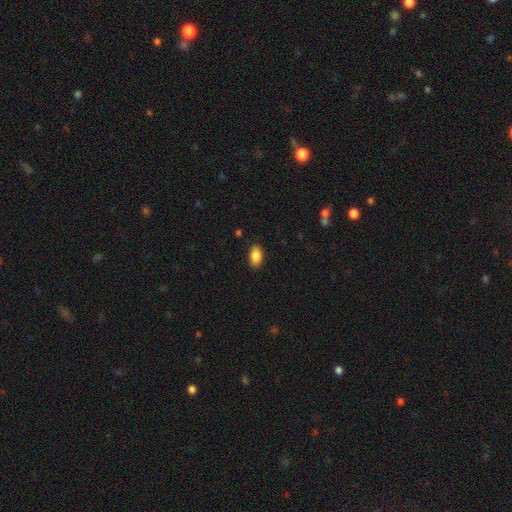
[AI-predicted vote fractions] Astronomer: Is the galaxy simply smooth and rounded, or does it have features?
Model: smooth — 87%.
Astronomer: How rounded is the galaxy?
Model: in between — 93%.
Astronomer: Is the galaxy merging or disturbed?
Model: none — 89%.